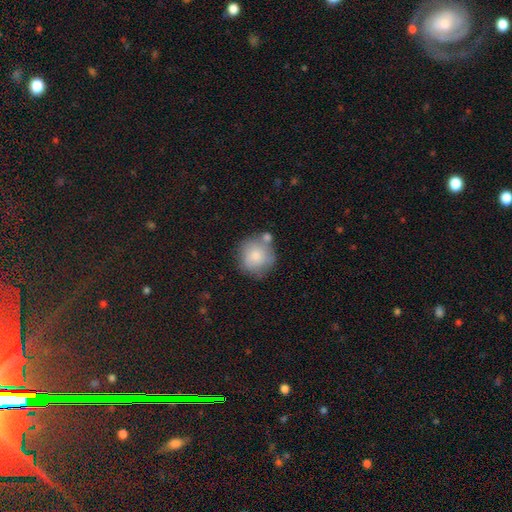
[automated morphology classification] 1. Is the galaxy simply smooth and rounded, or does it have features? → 75% smooth, 18% featured or disk, 7% star or artifact.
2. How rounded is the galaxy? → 89% round, 10% in between, 1% cigar-shaped.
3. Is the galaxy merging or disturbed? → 56% none, 20% minor disturbance, 17% merger, 7% major disturbance.